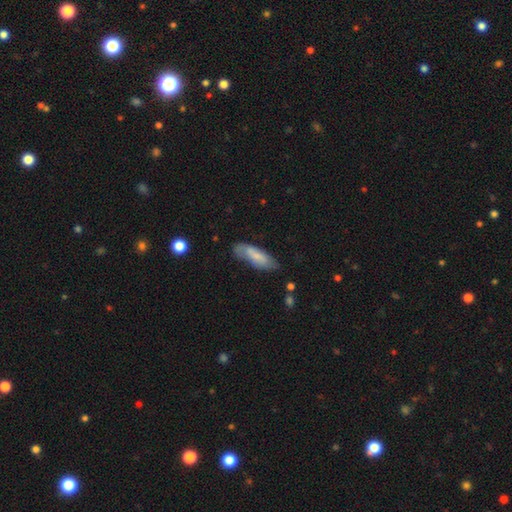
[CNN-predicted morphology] Smooth or featured? smooth (70%)
How rounded? in between (55%)
Merging? none (61%)